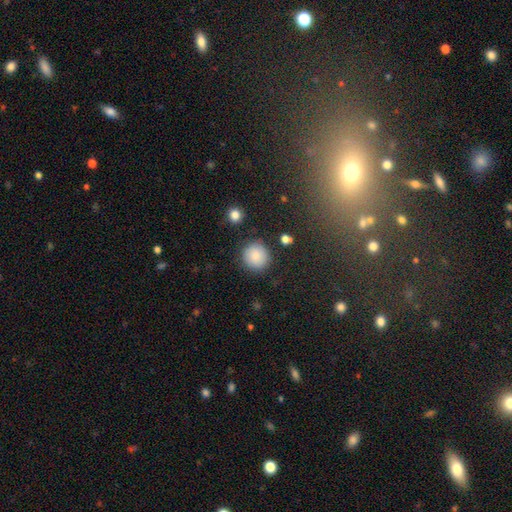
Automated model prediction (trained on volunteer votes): This appears to be a smooth galaxy with no disk features (86%) that is round (93%). Merging: none (87%).